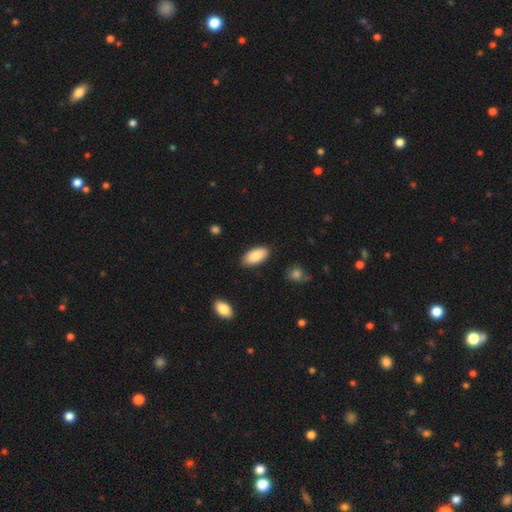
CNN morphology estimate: Smooth or featured? smooth (87%)
How rounded? in between (93%)
Merging? none (85%)